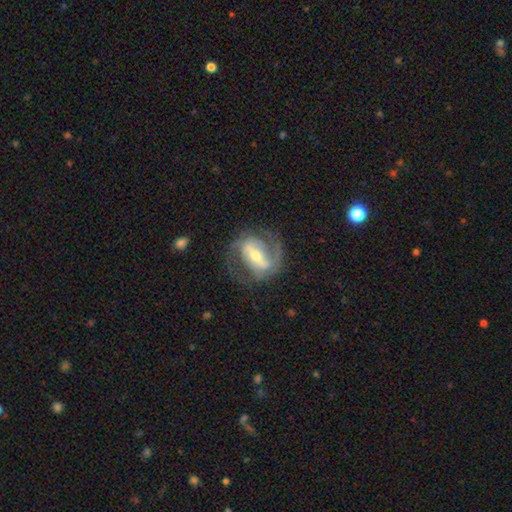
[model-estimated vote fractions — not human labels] featured or disk 84%, smooth 11%, star or artifact 5%. Down the decision tree: edge-on disk — no (95%); bar — strong (62%); spiral arms — yes (89%); spiral arm count — 2 (80%); spiral winding — medium (51%); bulge size — moderate (53%); merging — none (68%).